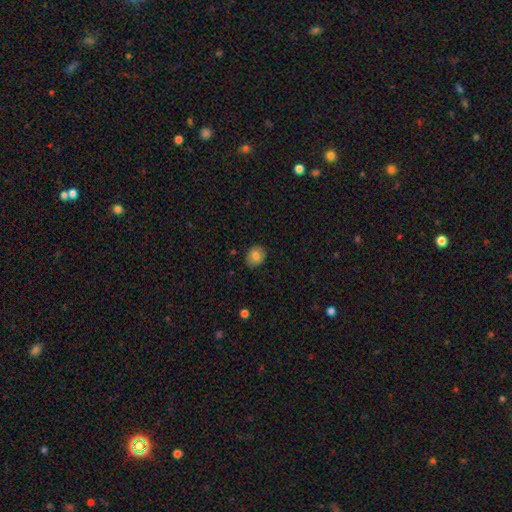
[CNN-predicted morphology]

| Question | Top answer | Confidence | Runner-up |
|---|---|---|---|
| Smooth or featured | smooth | 80% | featured or disk (11%) |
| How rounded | round | 62% | in between (37%) |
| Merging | none | 86% | minor disturbance (11%) |